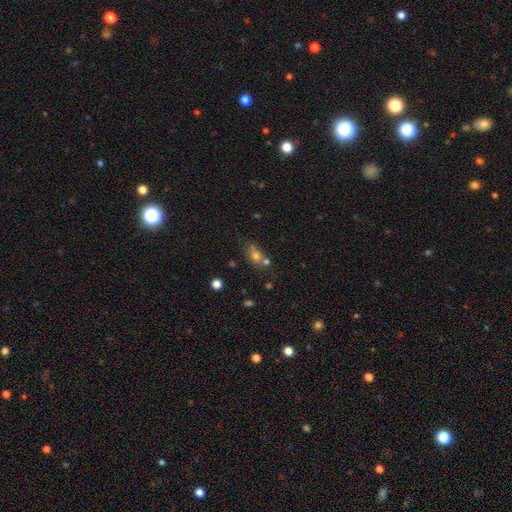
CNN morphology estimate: A smooth galaxy with no disk features (68%) that is in between round and cigar-shaped (63%). Merging: none (47%).